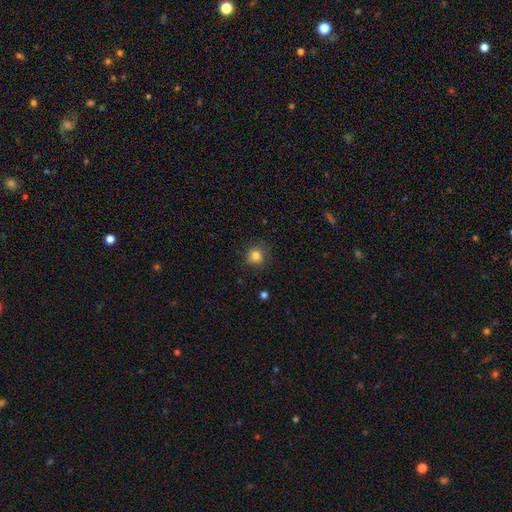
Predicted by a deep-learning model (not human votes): Morphology: type=smooth (83%); roundness=round (91%); merging=none (84%).